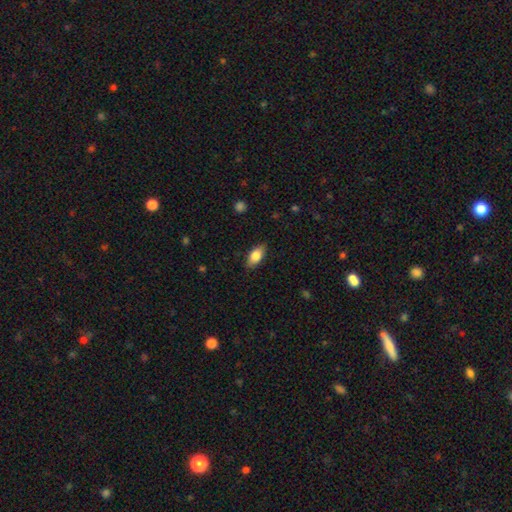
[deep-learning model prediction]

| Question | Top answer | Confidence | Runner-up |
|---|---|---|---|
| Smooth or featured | smooth | 80% | featured or disk (13%) |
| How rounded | in between | 88% | cigar-shaped (8%) |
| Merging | none | 86% | minor disturbance (10%) |